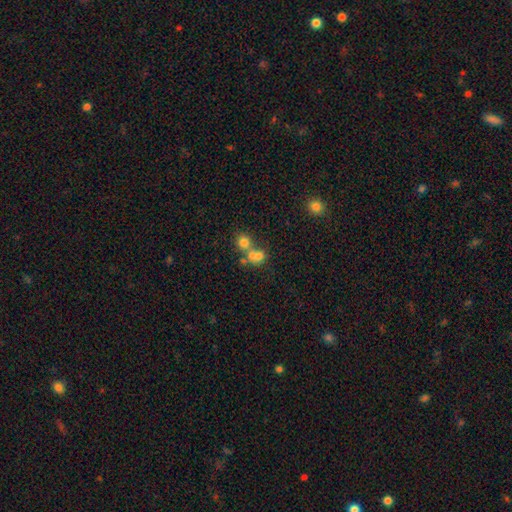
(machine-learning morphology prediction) Smooth or featured?
  - smooth: 66% *
  - featured or disk: 17%
  - star or artifact: 16%
How rounded?
  - round: 79% *
  - in between: 20%
  - cigar-shaped: 1%
Merging?
  - merger: 56% *
  - none: 35%
  - minor disturbance: 6%
  - major disturbance: 4%